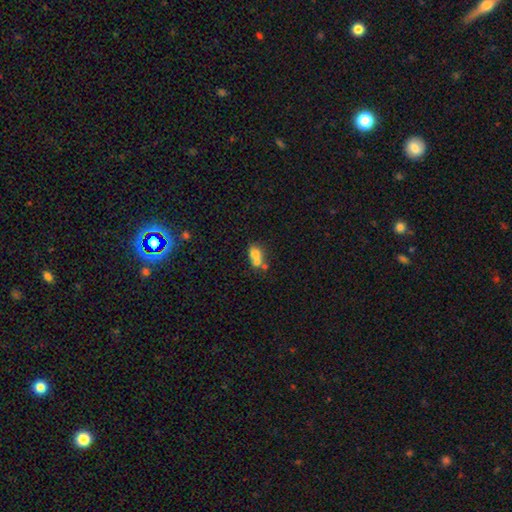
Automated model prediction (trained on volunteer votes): A smooth galaxy with no disk features (69%) that is in between round and cigar-shaped (52%).

Vote fractions:
- Smooth or featured? smooth: 69% / featured or disk: 20% / star or artifact: 11%
- How rounded? in between: 52% / round: 46% / cigar-shaped: 2%
- Merging? merger: 59% / none: 27% / minor disturbance: 10% / major disturbance: 5%